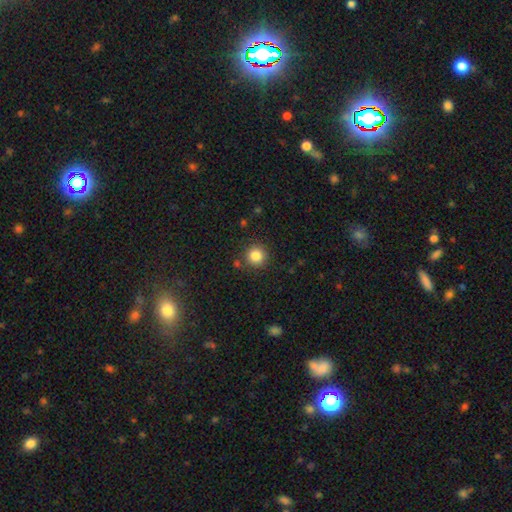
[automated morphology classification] Smooth or featured: smooth — 84% (star or artifact — 11%)
How rounded: round — 94% (in between — 5%)
Merging: none — 86% (minor disturbance — 8%)